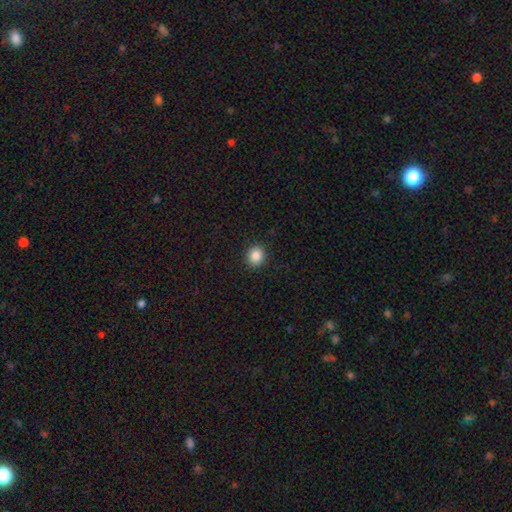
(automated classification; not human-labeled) Smooth or featured?
  - smooth: 87% *
  - star or artifact: 9%
  - featured or disk: 4%
How rounded?
  - round: 74% *
  - in between: 25%
  - cigar-shaped: 1%
Merging?
  - none: 91% *
  - minor disturbance: 6%
  - major disturbance: 2%
  - merger: 1%